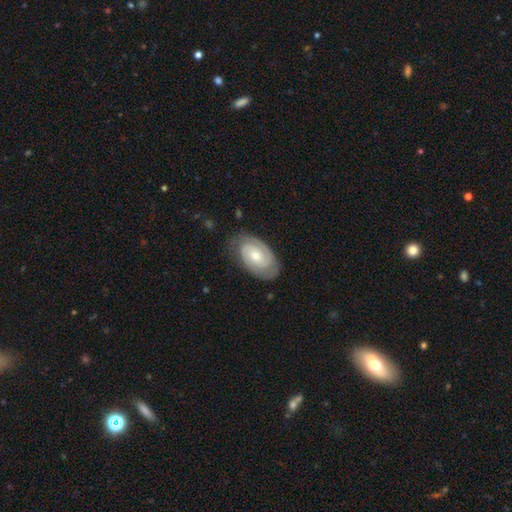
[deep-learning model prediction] Q: Smooth or featured?
A: featured or disk (80%); runner-up: smooth (15%)
Q: Edge-on disk?
A: no (96%); runner-up: yes (4%)
Q: Bar?
A: no (65%); runner-up: weak (29%)
Q: Spiral arms?
A: yes (95%); runner-up: no (5%)
Q: Spiral winding?
A: tight (68%); runner-up: medium (27%)
Q: Spiral arm count?
A: 2 (79%); runner-up: can't tell (11%)
Q: Bulge size?
A: moderate (55%); runner-up: small (39%)
Q: Merging?
A: none (78%); runner-up: minor disturbance (16%)